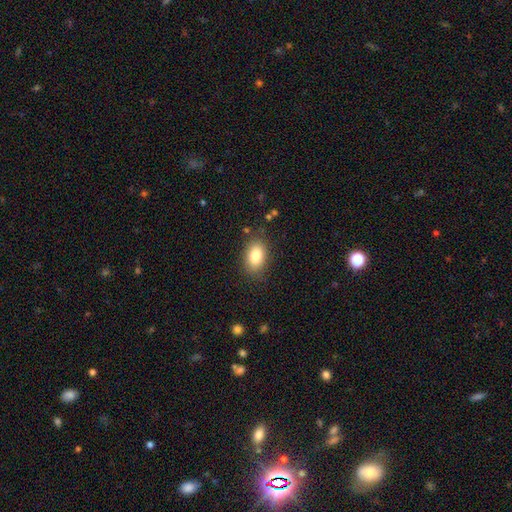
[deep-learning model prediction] The model was most divided on "smooth or featured": smooth: 82%, featured or disk: 10%, star or artifact: 8%. More confident: how rounded — in between (87%); merging — none (84%).